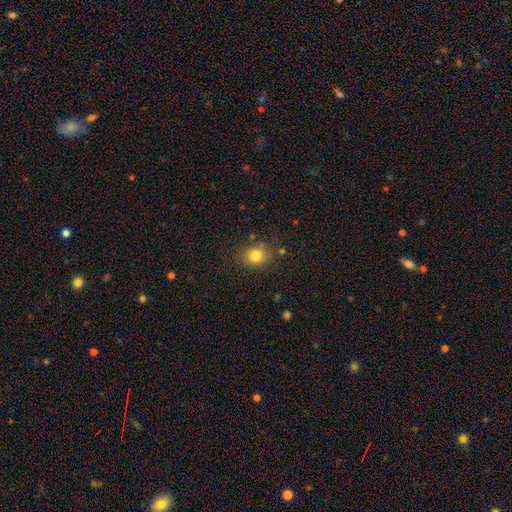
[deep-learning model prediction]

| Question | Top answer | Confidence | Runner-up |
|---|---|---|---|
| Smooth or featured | smooth | 81% | star or artifact (12%) |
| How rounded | round | 64% | in between (35%) |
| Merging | none | 81% | minor disturbance (13%) |